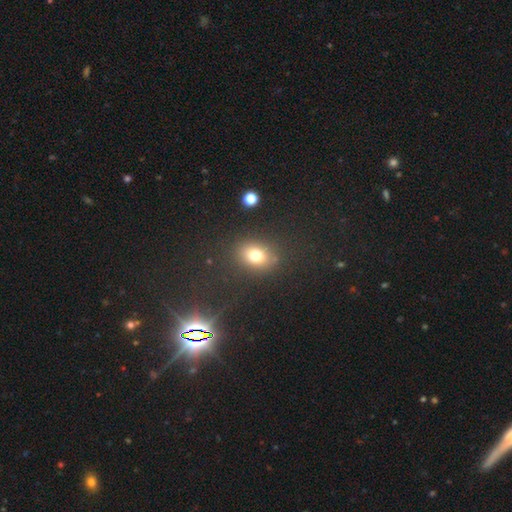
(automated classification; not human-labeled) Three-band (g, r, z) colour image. It shows a smooth galaxy with no disk features (74%) that is in between round and cigar-shaped (50%). Merging: none (83%).